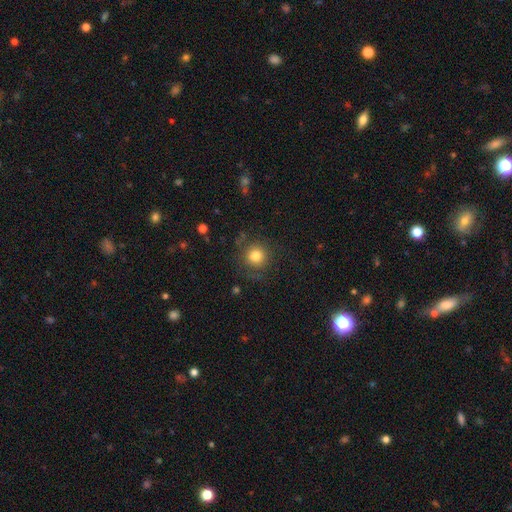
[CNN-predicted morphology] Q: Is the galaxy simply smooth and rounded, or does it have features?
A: smooth — 80%.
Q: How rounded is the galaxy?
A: round — 92%.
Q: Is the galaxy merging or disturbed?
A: none — 80%.